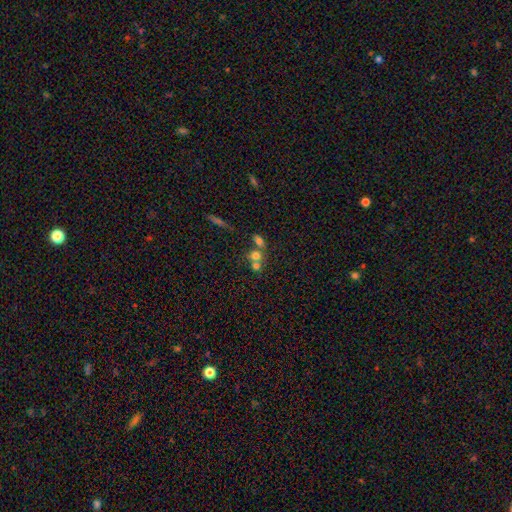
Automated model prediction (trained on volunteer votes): A smooth galaxy with no disk features (68%) that is round (65%).

Vote fractions:
- Smooth or featured? smooth: 68% / featured or disk: 17% / star or artifact: 15%
- How rounded? round: 65% / in between: 33% / cigar-shaped: 2%
- Merging? merger: 56% / none: 33% / minor disturbance: 7% / major disturbance: 4%